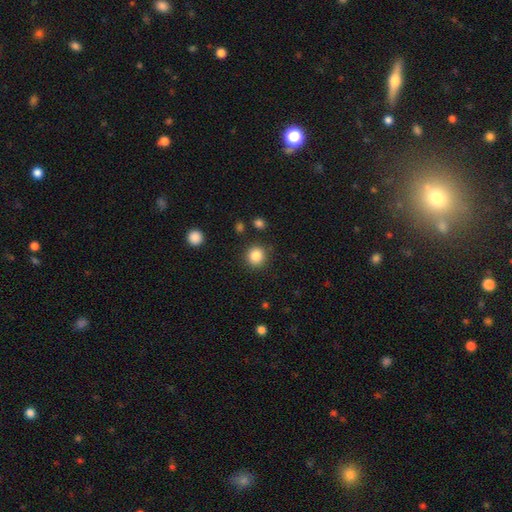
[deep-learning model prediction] smooth 86%, star or artifact 10%, featured or disk 4%. Down the decision tree: how rounded — round (92%); merging — none (89%).